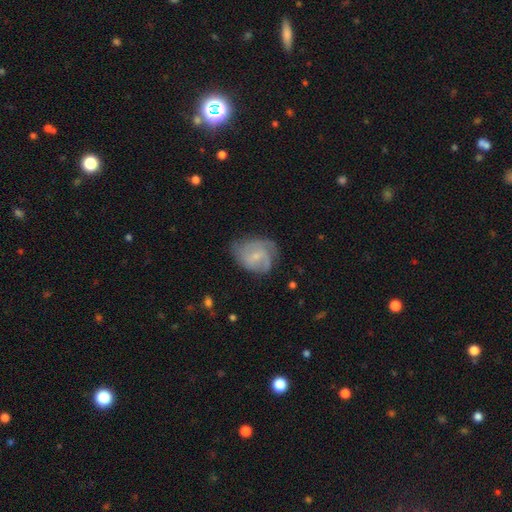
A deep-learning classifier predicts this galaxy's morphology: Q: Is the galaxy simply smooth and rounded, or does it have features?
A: featured or disk — 66%.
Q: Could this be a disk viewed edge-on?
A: no — 97%.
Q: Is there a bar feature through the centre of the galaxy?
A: no — 53%.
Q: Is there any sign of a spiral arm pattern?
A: yes — 87%.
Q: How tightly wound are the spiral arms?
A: medium — 44%.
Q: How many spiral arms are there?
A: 2 — 33%.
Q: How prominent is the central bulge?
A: small — 71%.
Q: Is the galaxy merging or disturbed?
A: none — 55%.